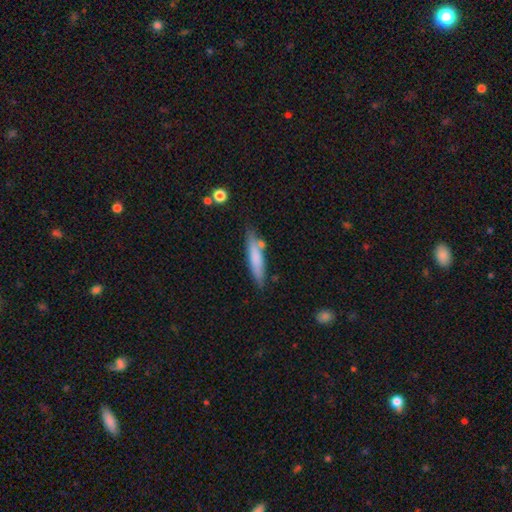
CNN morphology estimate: smooth-or-featured: smooth: 70% | featured or disk: 23% | star or artifact: 6%
  how-rounded: cigar-shaped: 84% | in between: 15% | round: 1%
  merging: none: 73% | minor disturbance: 16% | merger: 8% | major disturbance: 3%